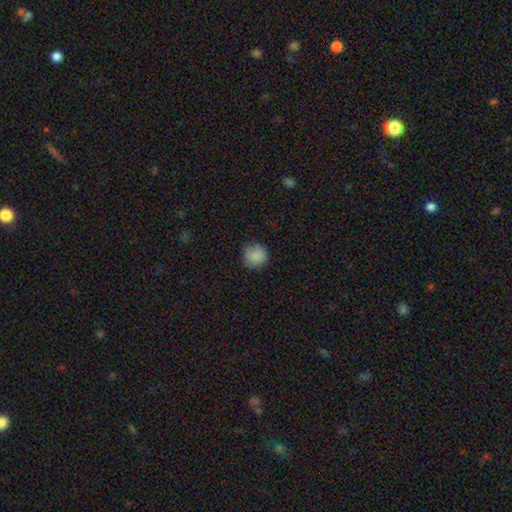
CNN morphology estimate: Smooth or featured?
  - smooth: 87% *
  - star or artifact: 8%
  - featured or disk: 5%
How rounded?
  - round: 93% *
  - in between: 6%
  - cigar-shaped: 1%
Merging?
  - none: 83% *
  - minor disturbance: 13%
  - major disturbance: 3%
  - merger: 1%